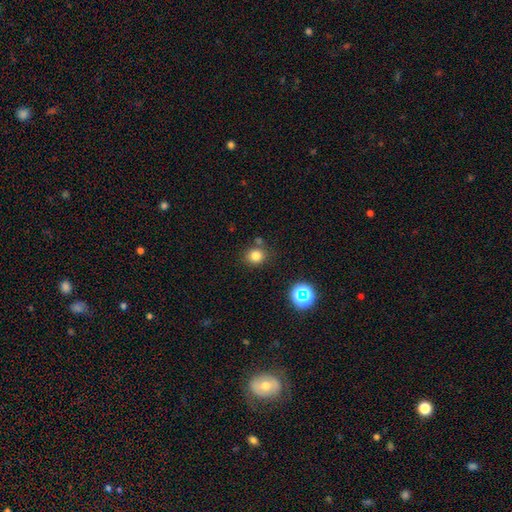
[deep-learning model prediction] Smooth or featured: smooth — 79% (star or artifact — 16%)
How rounded: round — 84% (in between — 15%)
Merging: none — 77% (minor disturbance — 11%)